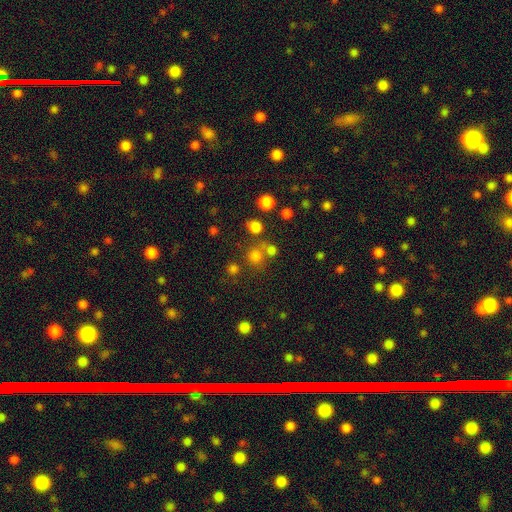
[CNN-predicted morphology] Smooth or featured? Predicted: smooth (p=0.71). How rounded? Predicted: round (p=0.89). Merging? Predicted: none (p=0.66).